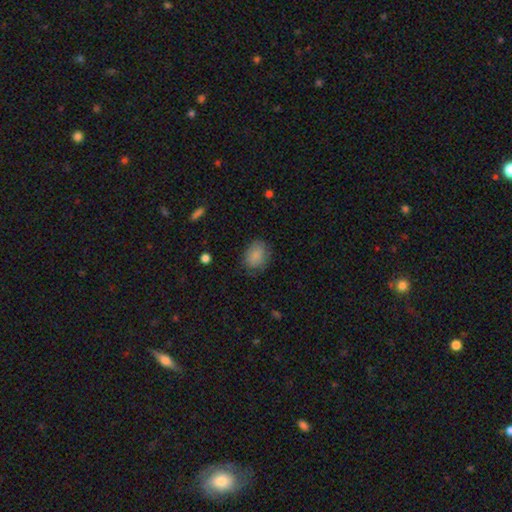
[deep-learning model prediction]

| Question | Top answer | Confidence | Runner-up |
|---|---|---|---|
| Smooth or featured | smooth | 85% | star or artifact (8%) |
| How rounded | in between | 53% | round (46%) |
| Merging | none | 73% | minor disturbance (20%) |